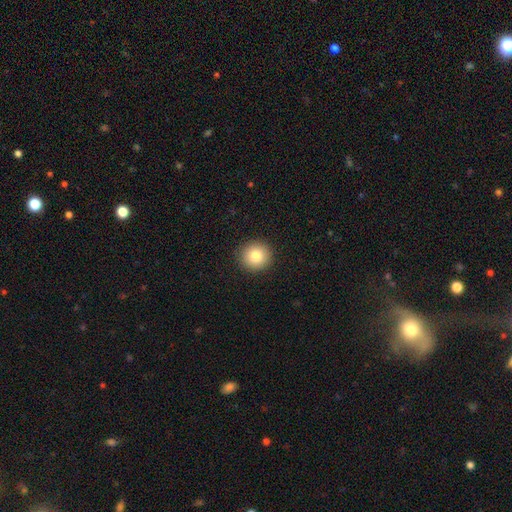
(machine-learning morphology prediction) The model was most divided on "smooth or featured": smooth: 82%, star or artifact: 10%, featured or disk: 8%. More confident: how rounded — round (94%); merging — none (92%).